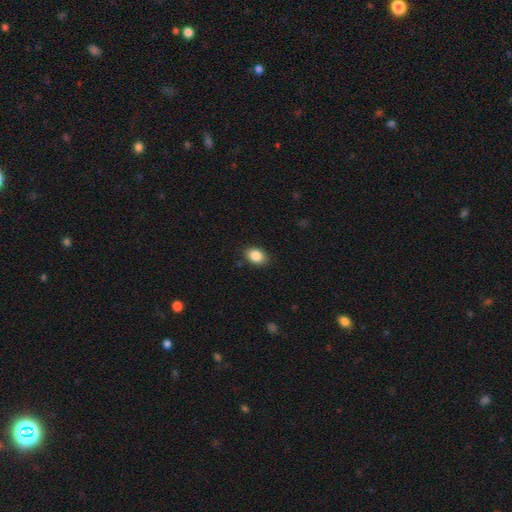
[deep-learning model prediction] Smooth or featured: smooth — 87% (star or artifact — 8%)
How rounded: in between — 79% (round — 20%)
Merging: none — 87% (minor disturbance — 10%)